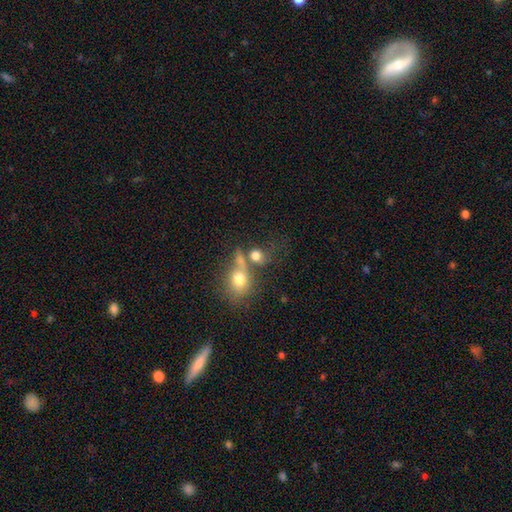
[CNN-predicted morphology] smooth_or_featured: smooth (p=0.74) [alt: featured or disk p=0.13]
how_rounded: round (p=0.58) [alt: in between p=0.40]
merging: merger (p=0.43) [alt: none p=0.35]